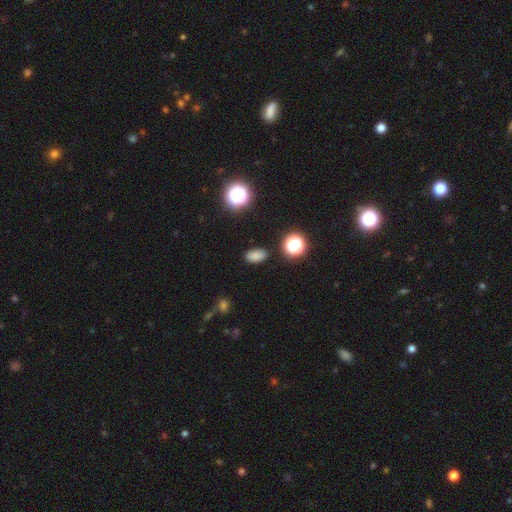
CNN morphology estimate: type=smooth (80%); roundness=in between (88%); merging=none (88%).